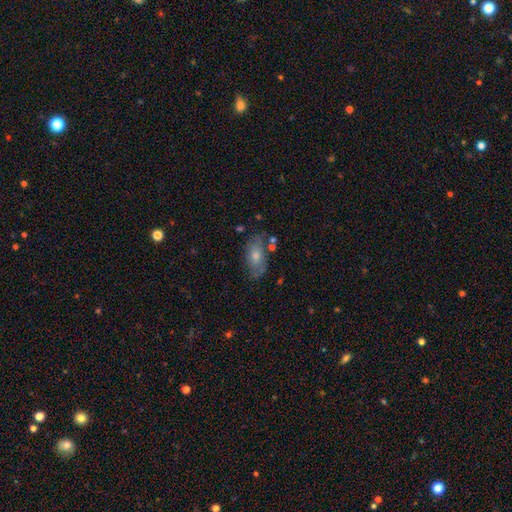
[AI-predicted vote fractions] This appears to be a smooth galaxy with no disk features (45%). Merging: none (71%).